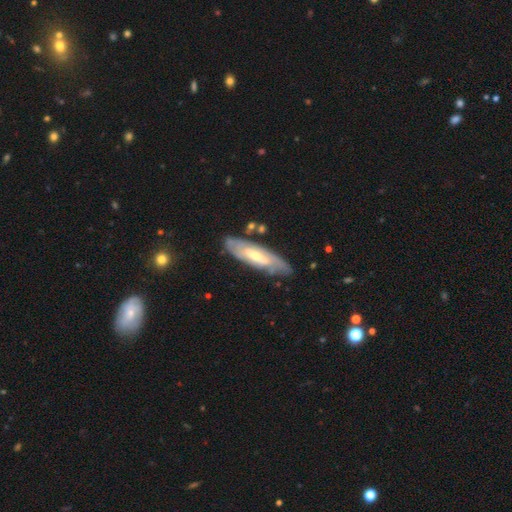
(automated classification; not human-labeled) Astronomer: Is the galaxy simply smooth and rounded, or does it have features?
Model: featured or disk — 70%.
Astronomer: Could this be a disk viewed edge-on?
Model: no — 70%.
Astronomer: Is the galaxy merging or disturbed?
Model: none — 75%.